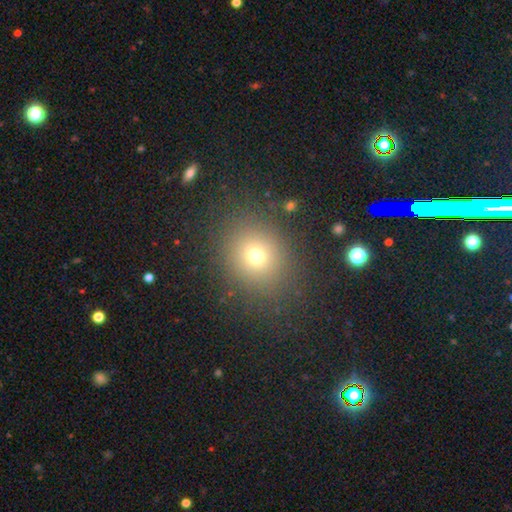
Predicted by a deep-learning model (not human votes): Smooth or featured?
  - smooth: 70% *
  - star or artifact: 19%
  - featured or disk: 11%
How rounded?
  - round: 70% *
  - in between: 29%
  - cigar-shaped: 1%
Merging?
  - none: 85% *
  - minor disturbance: 9%
  - major disturbance: 5%
  - merger: 2%